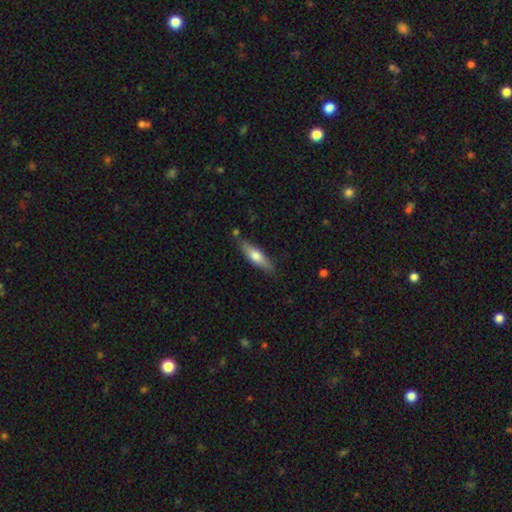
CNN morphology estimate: Smooth or featured? Predicted: smooth (p=0.61). How rounded? Predicted: cigar-shaped (p=0.61). Merging? Predicted: none (p=0.79).